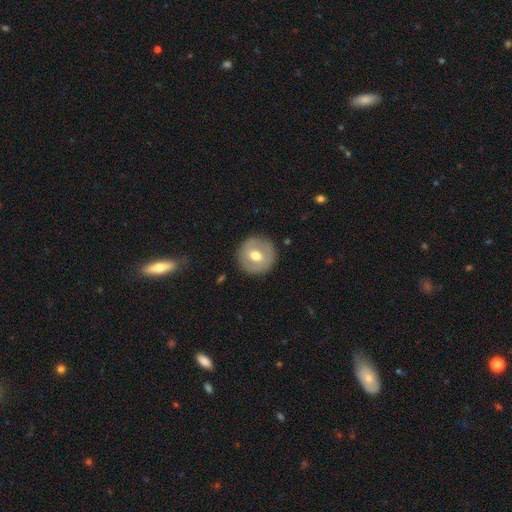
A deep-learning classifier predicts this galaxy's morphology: Smooth or featured? Predicted: smooth (p=0.54). How rounded? Predicted: round (p=0.95). Merging? Predicted: none (p=0.88).